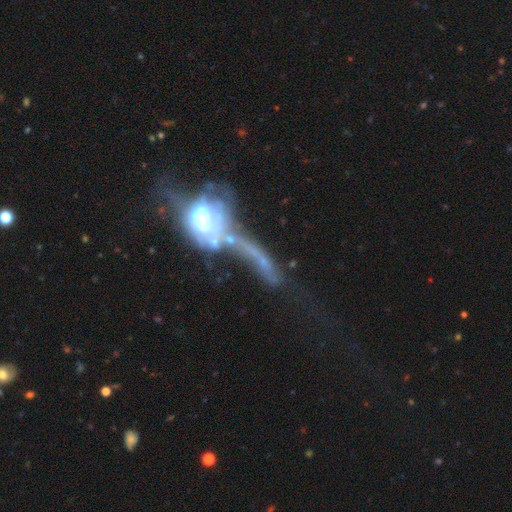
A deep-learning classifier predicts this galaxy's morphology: Smooth or featured: featured or disk — 54% (star or artifact — 25%)
Edge-on disk: no — 64% (yes — 36%)
Merging: merger — 44% (major disturbance — 33%)